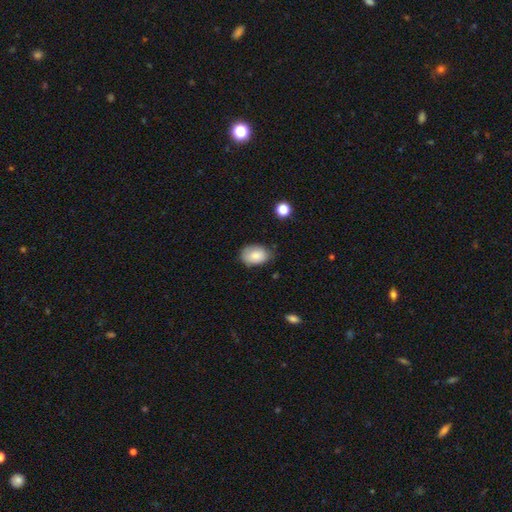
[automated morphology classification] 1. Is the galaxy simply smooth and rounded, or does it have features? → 84% smooth, 9% featured or disk, 7% star or artifact.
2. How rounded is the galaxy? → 83% in between, 16% round, 1% cigar-shaped.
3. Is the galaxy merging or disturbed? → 67% none, 27% minor disturbance, 5% major disturbance, 2% merger.